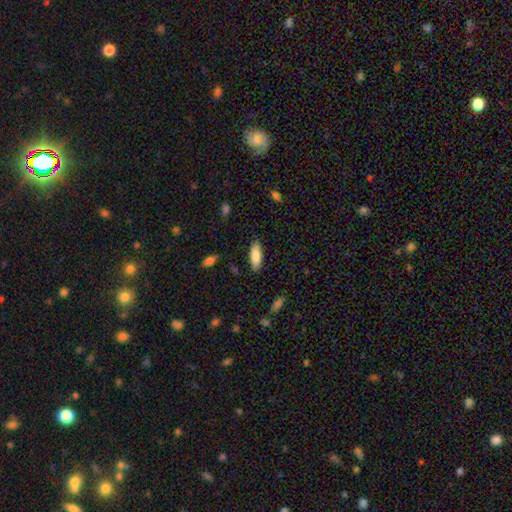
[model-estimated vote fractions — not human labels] The model was most divided on "how rounded": in between: 68%, cigar-shaped: 31%, round: 1%. More confident: merging — none (87%); smooth or featured — smooth (83%).